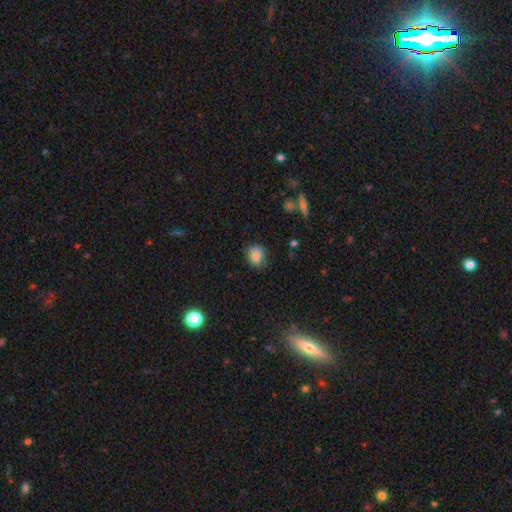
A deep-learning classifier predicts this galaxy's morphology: A smooth galaxy with no disk features (85%) that is round (53%).

Vote fractions:
- Smooth or featured? smooth: 85% / star or artifact: 9% / featured or disk: 6%
- How rounded? round: 53% / in between: 46% / cigar-shaped: 1%
- Merging? none: 73% / minor disturbance: 21% / major disturbance: 5% / merger: 2%